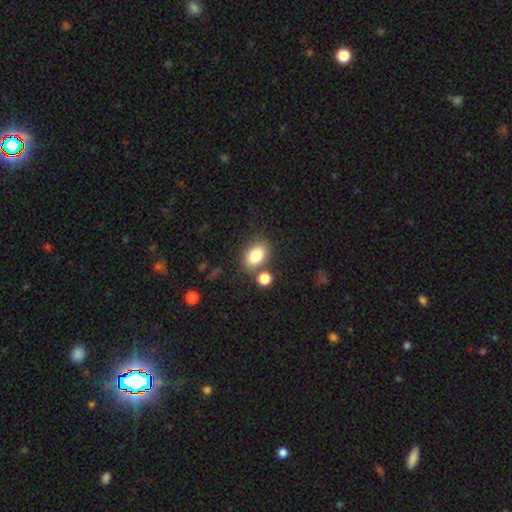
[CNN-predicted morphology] The model was most divided on "how rounded": in between: 78%, round: 20%, cigar-shaped: 1%. More confident: smooth or featured — smooth (81%); merging — none (72%).